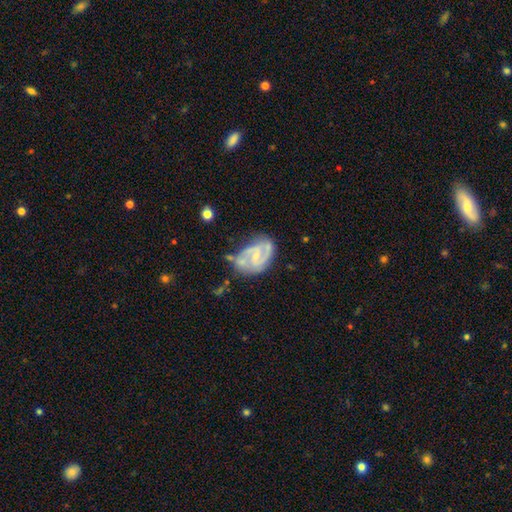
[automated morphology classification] A featured or disk galaxy (84%) with a weak bar (48%), 2 (78%) medium (50%) spiral arms (94%) and a small central bulge (69%). Merging: none (53%).